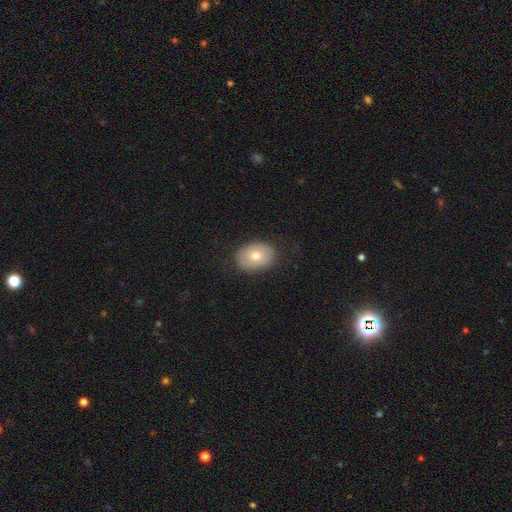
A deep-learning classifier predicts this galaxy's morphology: Smooth or featured?
  - smooth: 70% *
  - featured or disk: 23%
  - star or artifact: 7%
How rounded?
  - in between: 72% *
  - round: 27%
  - cigar-shaped: 1%
Merging?
  - none: 84% *
  - minor disturbance: 12%
  - major disturbance: 3%
  - merger: 1%